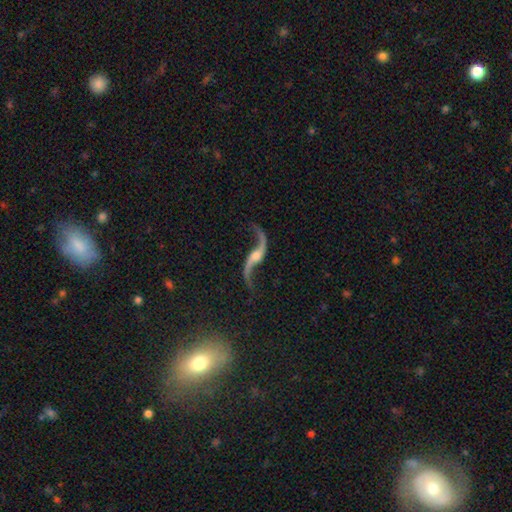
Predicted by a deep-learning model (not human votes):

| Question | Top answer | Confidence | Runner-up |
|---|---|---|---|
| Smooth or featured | featured or disk | 91% | star or artifact (6%) |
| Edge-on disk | no | 93% | yes (7%) |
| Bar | no | 54% | weak (30%) |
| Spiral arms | yes | 97% | no (3%) |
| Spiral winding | loose | 94% | medium (4%) |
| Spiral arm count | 2 | 94% | 1 (2%) |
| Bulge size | moderate | 42% | small (38%) |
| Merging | none | 78% | minor disturbance (12%) |